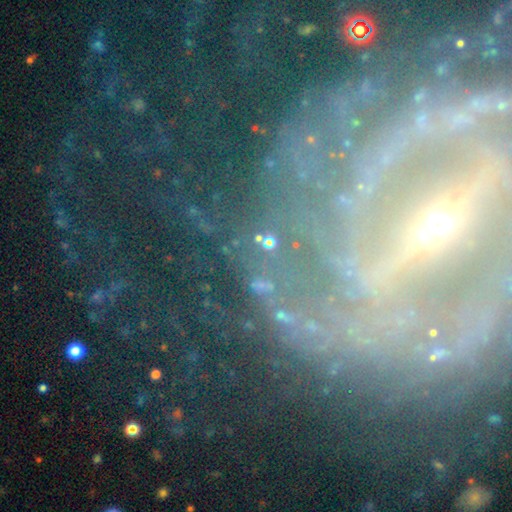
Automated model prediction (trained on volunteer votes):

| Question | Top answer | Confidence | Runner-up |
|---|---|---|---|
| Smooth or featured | featured or disk | 71% | star or artifact (20%) |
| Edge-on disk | no | 94% | yes (6%) |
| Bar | strong | 53% | weak (26%) |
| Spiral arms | yes | 85% | no (15%) |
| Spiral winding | tight | 52% | medium (32%) |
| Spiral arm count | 2 | 28% | tied: can't tell (28%) |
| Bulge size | small | 72% | moderate (17%) |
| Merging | none | 64% | major disturbance (16%) |